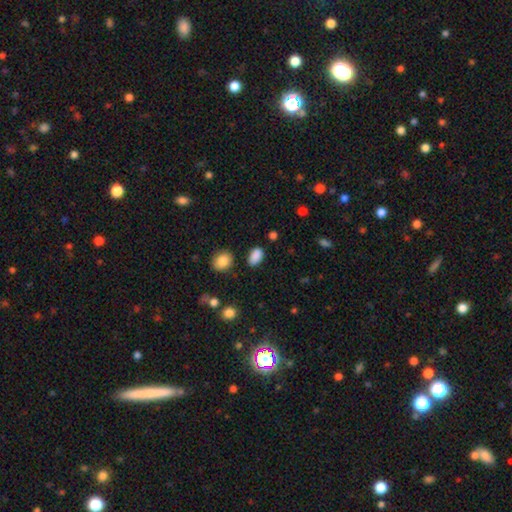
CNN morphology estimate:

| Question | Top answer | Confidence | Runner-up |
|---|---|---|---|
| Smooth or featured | smooth | 87% | star or artifact (10%) |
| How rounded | in between | 89% | round (9%) |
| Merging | none | 81% | minor disturbance (12%) |